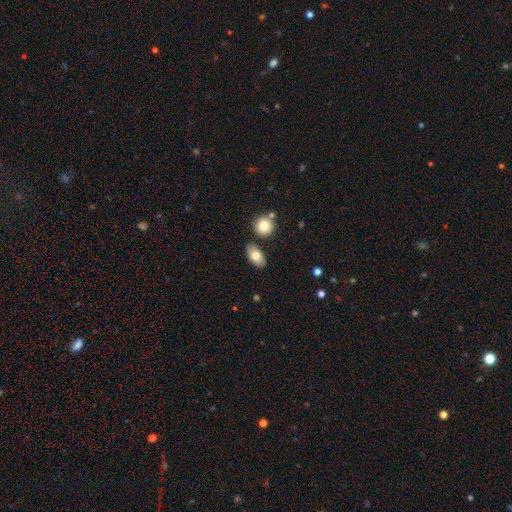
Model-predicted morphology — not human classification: Q: Smooth or featured?
A: smooth (79%); runner-up: featured or disk (14%)
Q: How rounded?
A: in between (91%); runner-up: round (6%)
Q: Merging?
A: none (78%); runner-up: minor disturbance (12%)